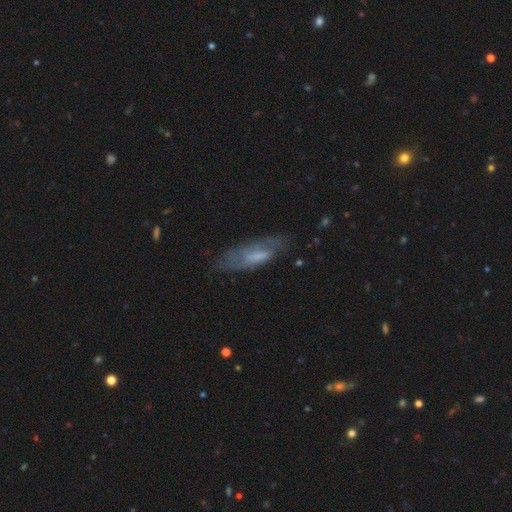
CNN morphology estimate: smooth-or-featured: smooth: 46% (tied) | featured or disk: 46% (tied) | star or artifact: 8%
  merging: none: 61% | minor disturbance: 25% | major disturbance: 13% | merger: 2%